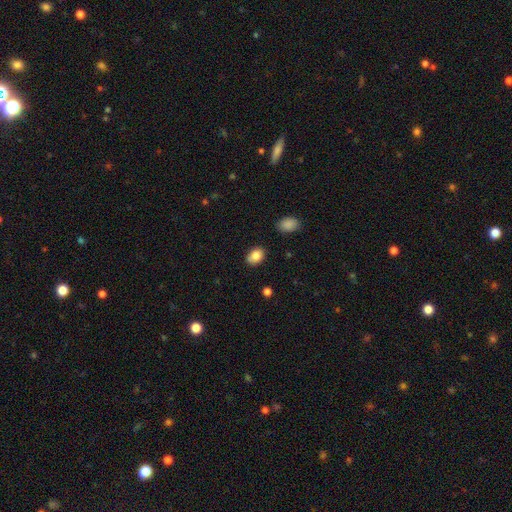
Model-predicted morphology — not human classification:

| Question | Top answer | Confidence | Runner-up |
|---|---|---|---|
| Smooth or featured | smooth | 84% | star or artifact (9%) |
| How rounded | in between | 71% | round (27%) |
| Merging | none | 81% | minor disturbance (14%) |